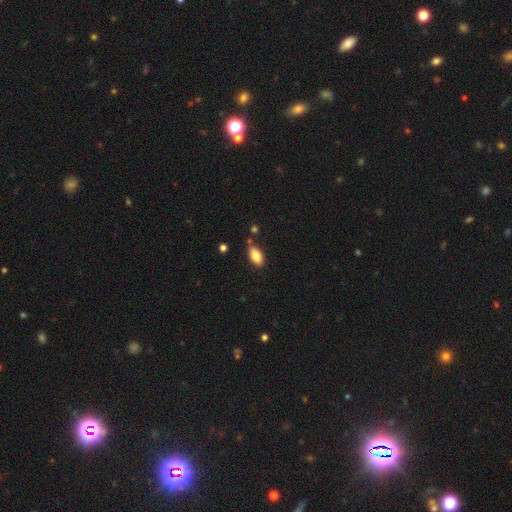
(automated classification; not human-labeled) Smooth or featured: smooth — 82% (featured or disk — 10%)
How rounded: in between — 92% (cigar-shaped — 4%)
Merging: none — 79% (minor disturbance — 14%)